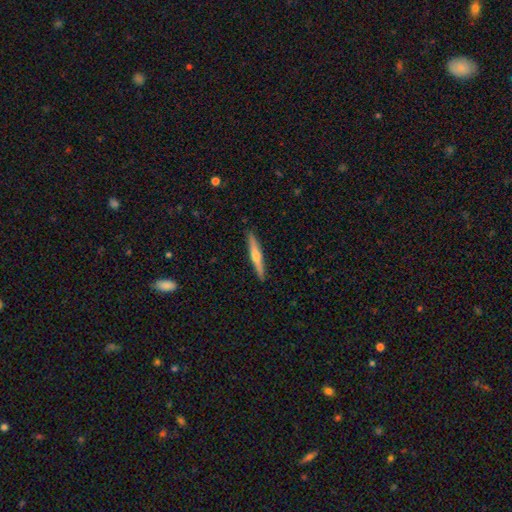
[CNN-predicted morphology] Q: Smooth or featured?
A: featured or disk (56%); runner-up: smooth (38%)
Q: Edge-on disk?
A: yes (97%); runner-up: no (3%)
Q: Edge-on bulge?
A: rounded (85%); runner-up: none (11%)
Q: Merging?
A: none (91%); runner-up: minor disturbance (7%)